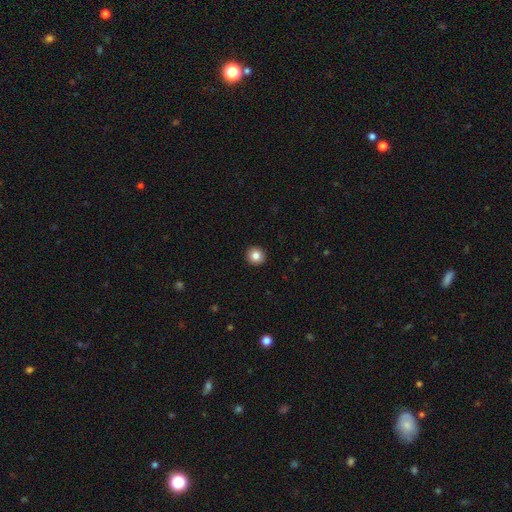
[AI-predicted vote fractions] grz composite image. It shows a smooth galaxy with no disk features (85%) that is round (93%). Merging: none (93%).